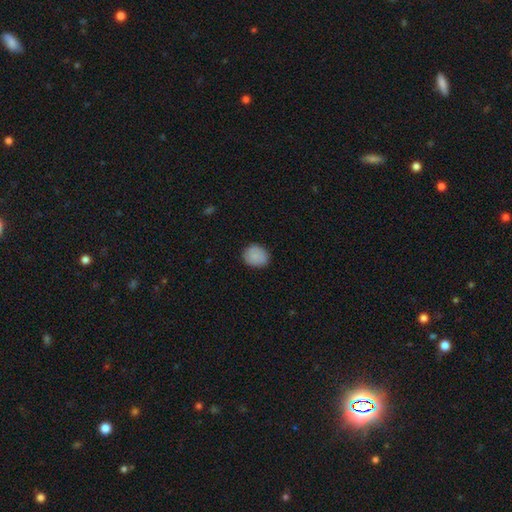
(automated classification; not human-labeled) smooth 86%, star or artifact 8%, featured or disk 7%. Down the decision tree: how rounded — round (65%); merging — none (85%).